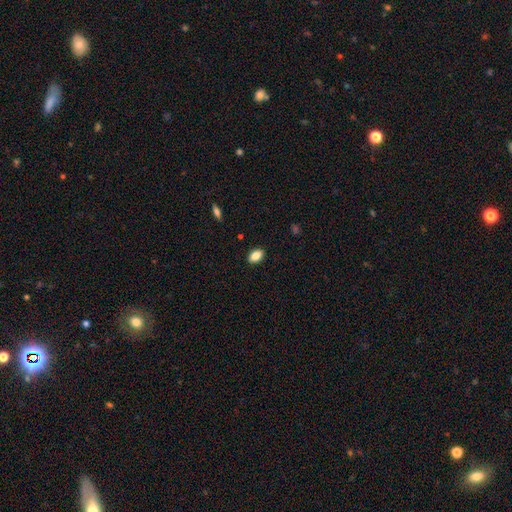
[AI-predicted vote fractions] The model was most divided on "smooth or featured": smooth: 86%, star or artifact: 8%, featured or disk: 6%. More confident: how rounded — in between (89%); merging — none (89%).